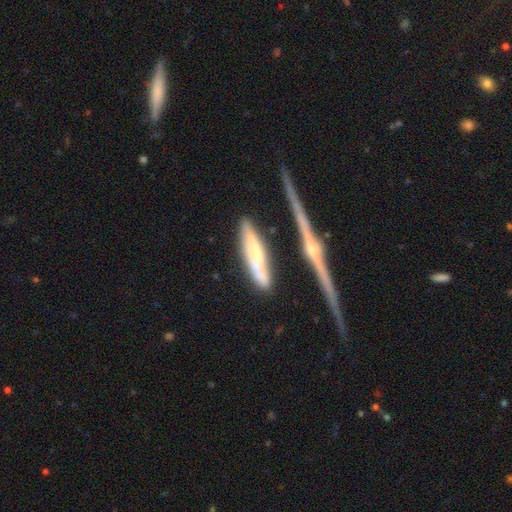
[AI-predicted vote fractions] Smooth or featured?
  - featured or disk: 50% *
  - smooth: 42%
  - star or artifact: 8%
Edge-on disk?
  - yes: 75% *
  - no: 25%
Merging?
  - none: 57% *
  - minor disturbance: 25%
  - merger: 10%
  - major disturbance: 8%